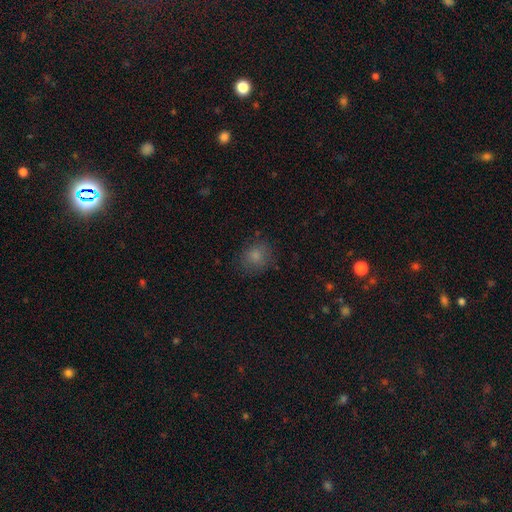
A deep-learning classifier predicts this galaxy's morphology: smooth-or-featured: smooth: 81% | star or artifact: 11% | featured or disk: 8%
  how-rounded: round: 73% | in between: 26% | cigar-shaped: 1%
  merging: none: 79% | minor disturbance: 15% | major disturbance: 5% | merger: 1%